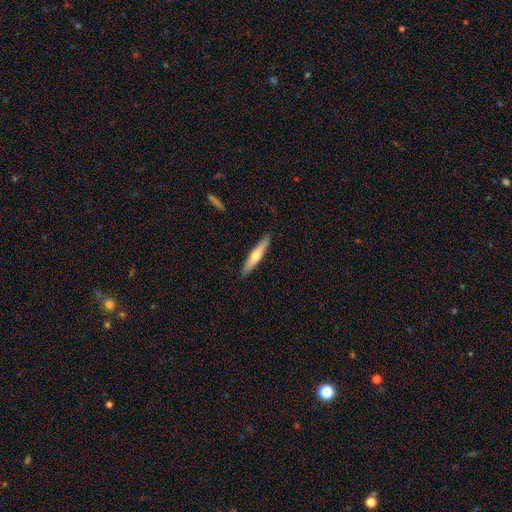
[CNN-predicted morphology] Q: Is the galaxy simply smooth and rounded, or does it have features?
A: smooth — 51%.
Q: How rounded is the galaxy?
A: cigar-shaped — 88%.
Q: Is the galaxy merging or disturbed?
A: none — 90%.